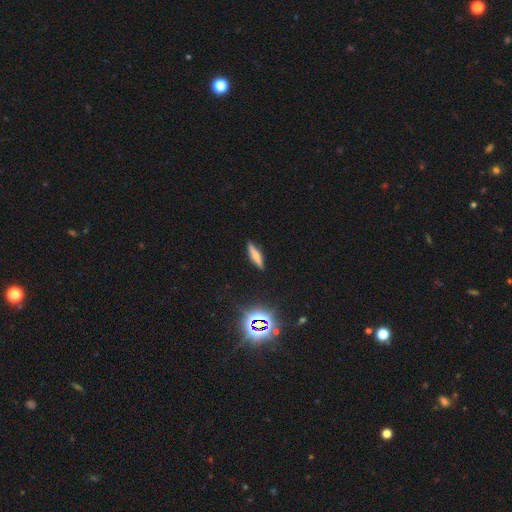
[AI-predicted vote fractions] Morphology: type=smooth (55%); roundness=cigar-shaped (77%); merging=none (87%).